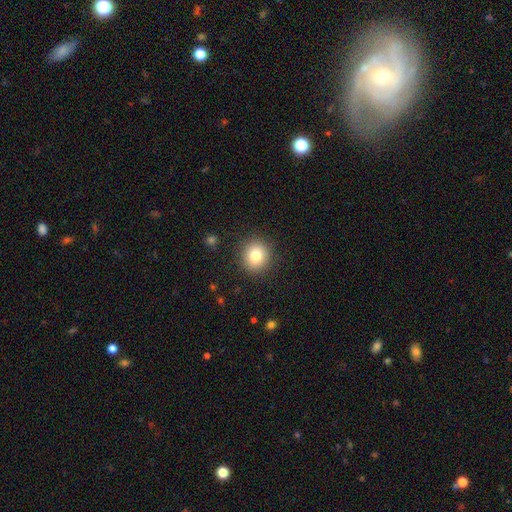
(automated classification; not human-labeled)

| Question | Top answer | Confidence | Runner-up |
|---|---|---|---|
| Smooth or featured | smooth | 80% | star or artifact (11%) |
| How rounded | round | 88% | in between (11%) |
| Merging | none | 89% | minor disturbance (7%) |